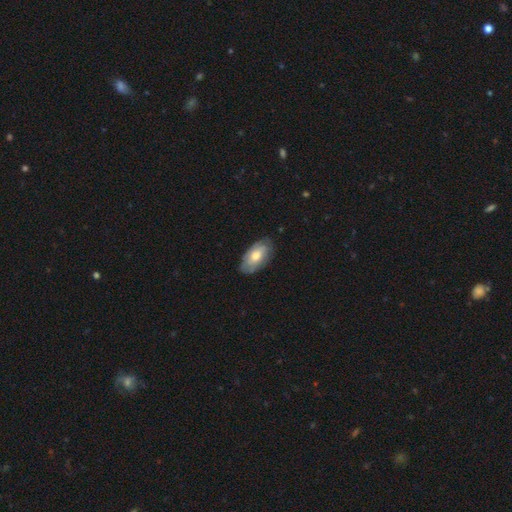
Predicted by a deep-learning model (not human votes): smooth 54%, featured or disk 40%, star or artifact 6%. Down the decision tree: how rounded — in between (93%); merging — none (76%).